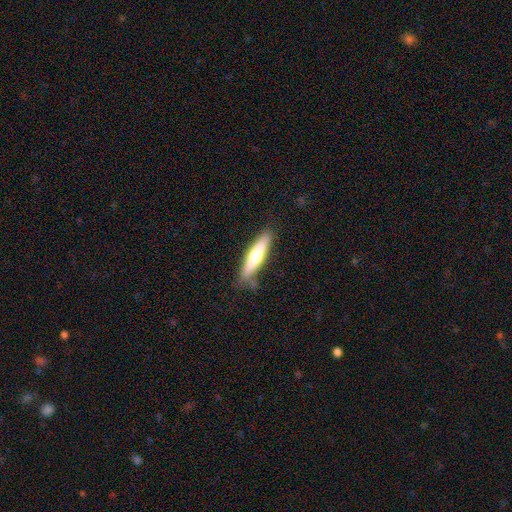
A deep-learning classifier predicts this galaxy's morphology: Smooth or featured? Predicted: smooth (p=0.62). How rounded? Predicted: cigar-shaped (p=0.81). Merging? Predicted: none (p=0.78).